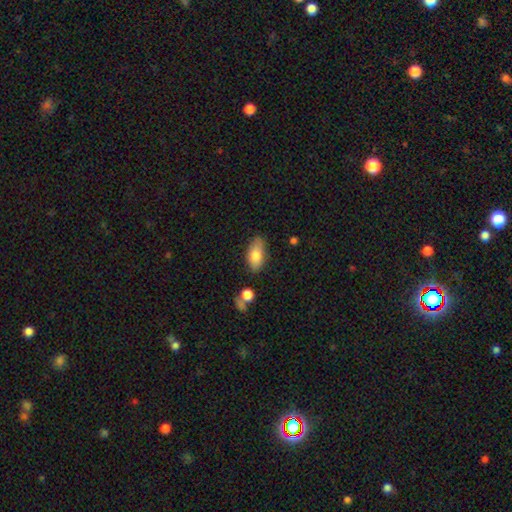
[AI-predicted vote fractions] smooth-or-featured: smooth: 80% | featured or disk: 13% | star or artifact: 7%
  how-rounded: in between: 88% | cigar-shaped: 8% | round: 4%
  merging: none: 72% | minor disturbance: 19% | major disturbance: 4% | merger: 4%